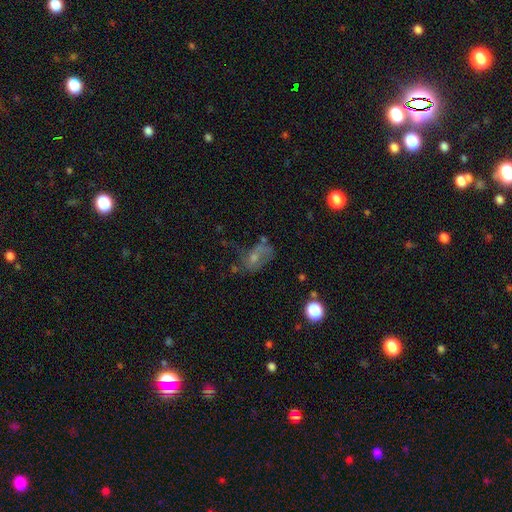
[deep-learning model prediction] The model was most divided on "smooth or featured": smooth: 41%, featured or disk: 39%, star or artifact: 20%. Remaining: merging — none (38%).